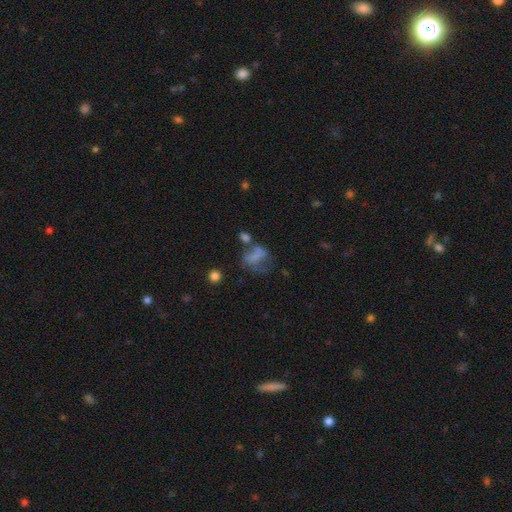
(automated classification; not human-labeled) Smooth or featured: smooth — 51% (featured or disk — 33%)
How rounded: in between — 69% (round — 29%)
Merging: major disturbance — 36% (none — 25%)